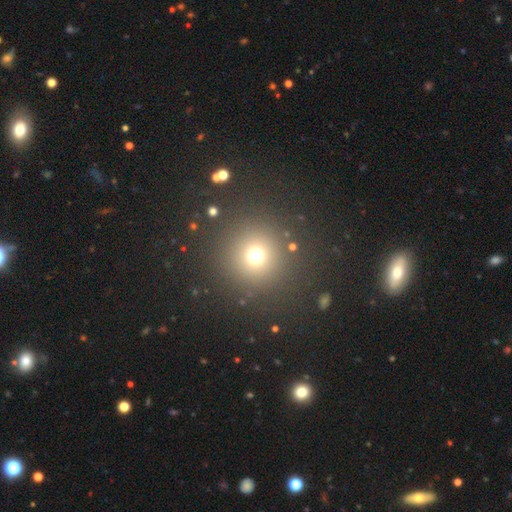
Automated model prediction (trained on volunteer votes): A smooth galaxy with no disk features (69%) that is round (94%).

Vote fractions:
- Smooth or featured? smooth: 69% / star or artifact: 22% / featured or disk: 8%
- How rounded? round: 94% / in between: 5% / cigar-shaped: 1%
- Merging? none: 85% / minor disturbance: 7% / major disturbance: 5% / merger: 3%